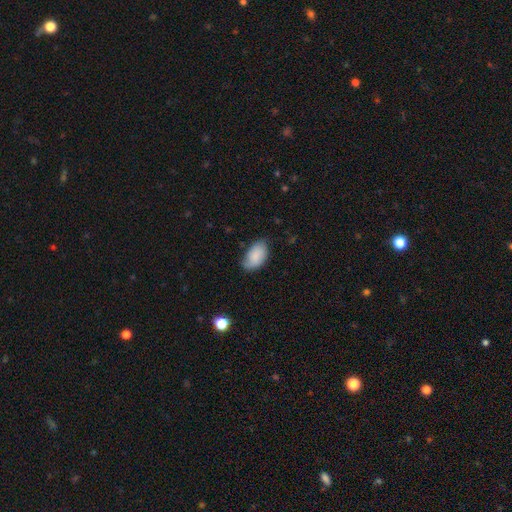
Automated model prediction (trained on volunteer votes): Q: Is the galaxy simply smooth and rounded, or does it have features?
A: smooth — 81%.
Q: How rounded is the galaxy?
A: in between — 93%.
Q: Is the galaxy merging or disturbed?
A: none — 62%.